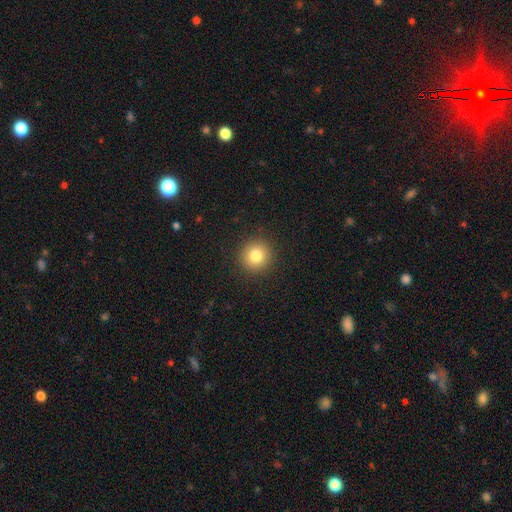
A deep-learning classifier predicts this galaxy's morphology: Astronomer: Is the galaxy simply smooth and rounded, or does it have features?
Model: smooth — 81%.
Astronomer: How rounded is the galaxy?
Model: round — 94%.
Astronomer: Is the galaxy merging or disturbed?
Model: none — 92%.